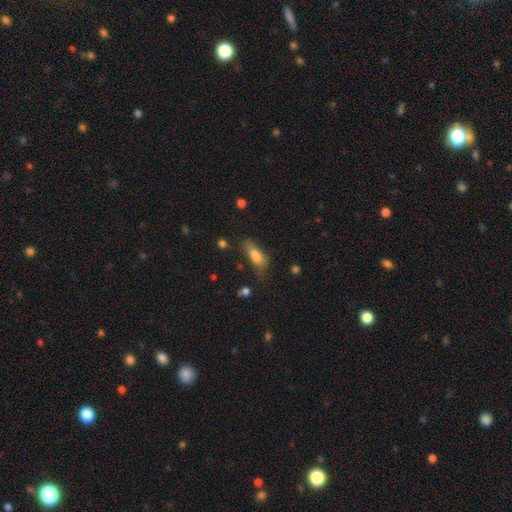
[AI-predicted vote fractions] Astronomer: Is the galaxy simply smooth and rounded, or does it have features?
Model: smooth — 77%.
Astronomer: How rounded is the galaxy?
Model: in between — 69%.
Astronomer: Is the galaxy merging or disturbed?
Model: none — 52% (runner-up: minor disturbance, 28%).